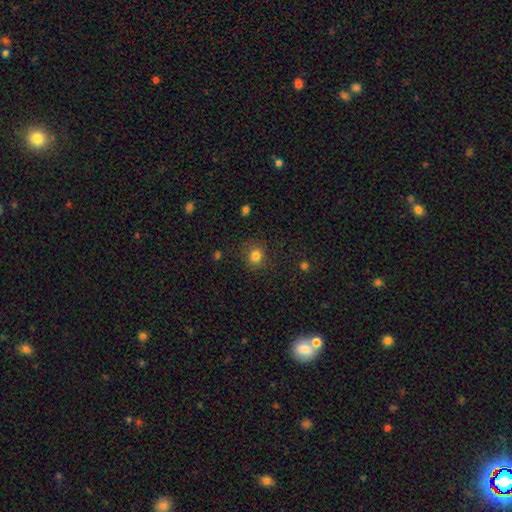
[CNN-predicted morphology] type=smooth (82%); roundness=round (81%); merging=none (85%).